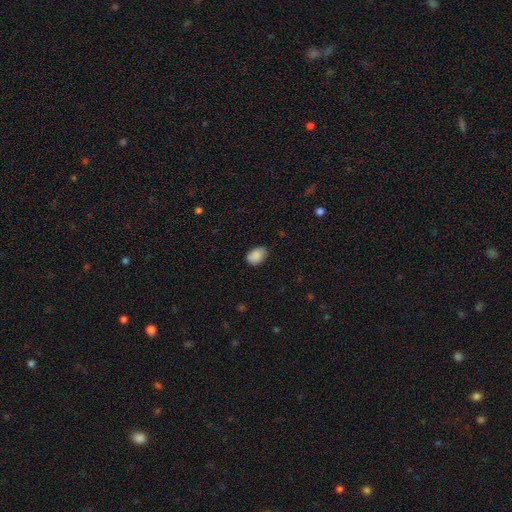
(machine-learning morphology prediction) smooth 86%, star or artifact 8%, featured or disk 6%. Down the decision tree: how rounded — in between (83%); merging — none (70%).